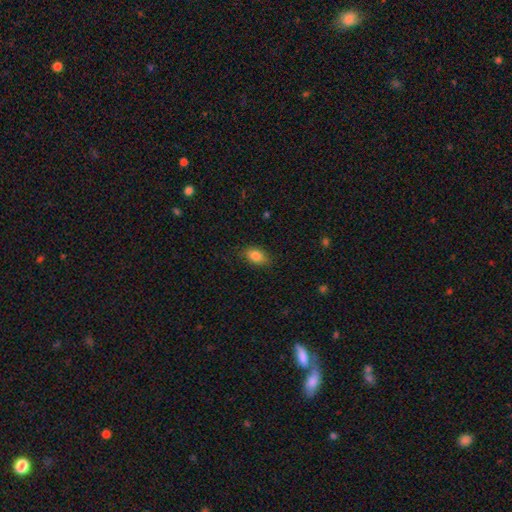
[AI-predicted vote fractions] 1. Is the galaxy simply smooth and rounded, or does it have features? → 84% smooth, 8% star or artifact, 8% featured or disk.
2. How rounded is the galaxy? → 87% in between, 11% round, 2% cigar-shaped.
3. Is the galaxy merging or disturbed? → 83% none, 13% minor disturbance, 3% major disturbance, 1% merger.